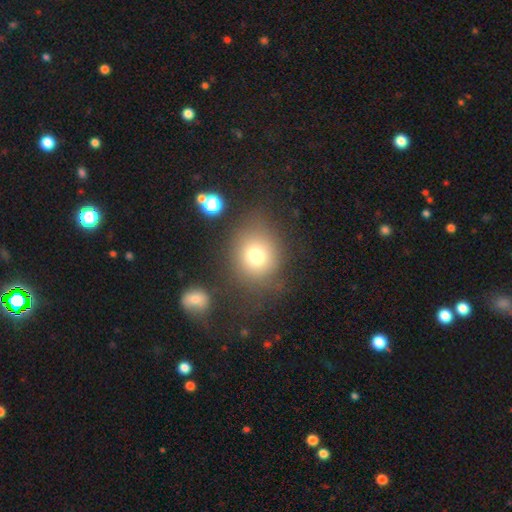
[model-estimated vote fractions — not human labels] Overall: smooth (74%). How rounded: round (79%). Merging: none (70%).